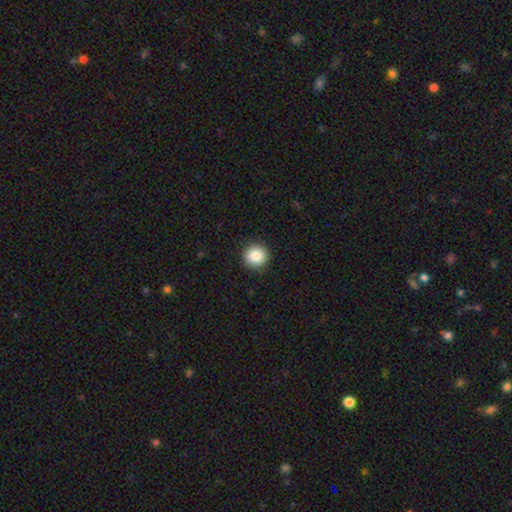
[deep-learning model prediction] Smooth or featured? Predicted: smooth (p=0.87). How rounded? Predicted: round (p=0.95). Merging? Predicted: none (p=0.92).